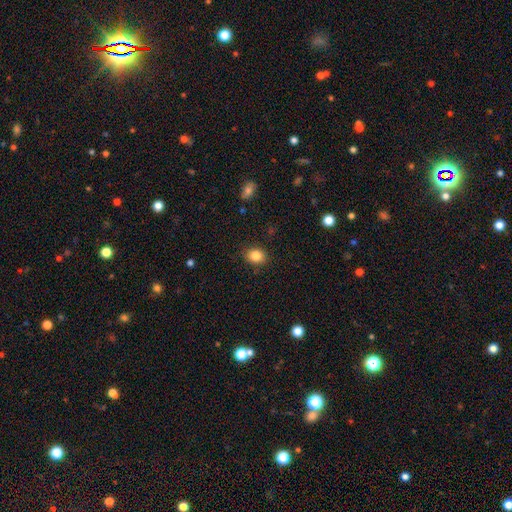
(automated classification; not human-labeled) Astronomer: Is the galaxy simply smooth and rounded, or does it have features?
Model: smooth — 84%.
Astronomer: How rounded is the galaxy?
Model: round — 59% (runner-up: in between, 40%).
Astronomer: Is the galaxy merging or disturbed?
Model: none — 88%.